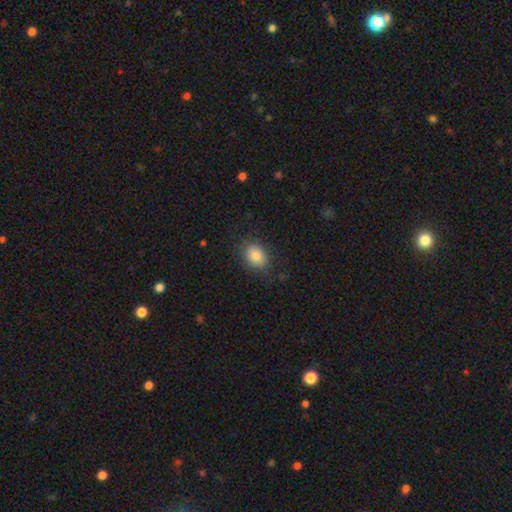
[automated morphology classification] Q: Smooth or featured?
A: smooth (84%); runner-up: star or artifact (9%)
Q: How rounded?
A: in between (67%); runner-up: round (31%)
Q: Merging?
A: none (81%); runner-up: minor disturbance (13%)